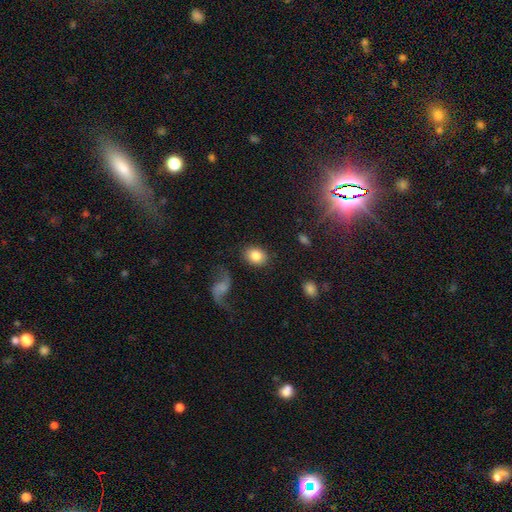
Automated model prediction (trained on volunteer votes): smooth_or_featured: smooth (p=0.81) [alt: featured or disk p=0.11]
how_rounded: in between (p=0.55) [alt: round p=0.44]
merging: none (p=0.82) [alt: minor disturbance p=0.11]